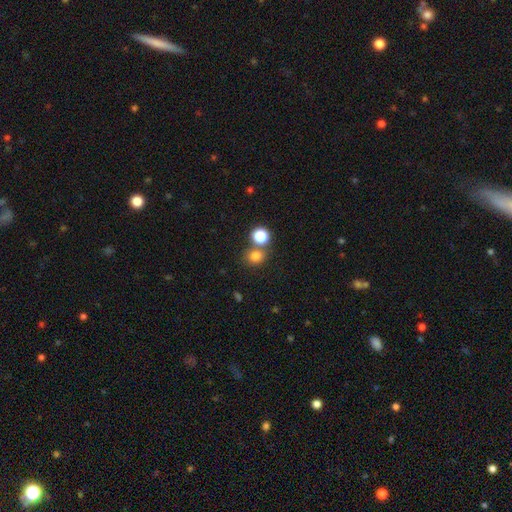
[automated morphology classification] Overall: smooth (79%). How rounded: round (76%). Merging: none (60%; merger 28%).